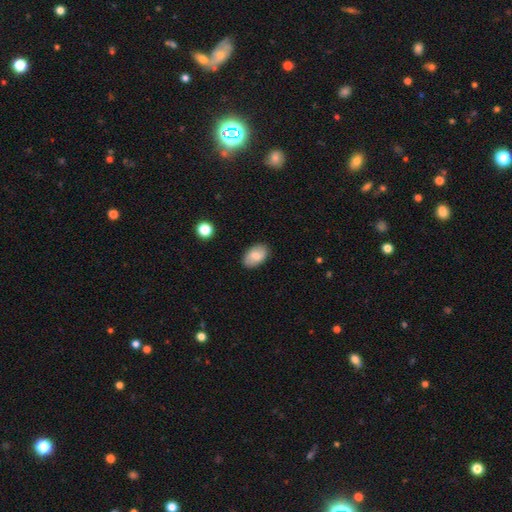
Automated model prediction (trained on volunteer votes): smooth 77%, featured or disk 16%, star or artifact 7%. Down the decision tree: how rounded — in between (92%); merging — none (86%).